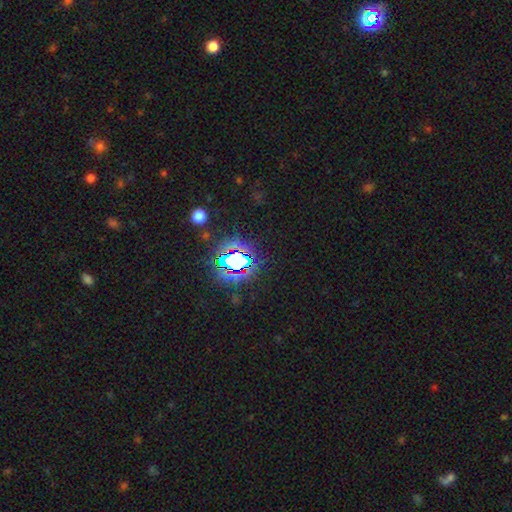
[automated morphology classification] The model was most divided on "smooth or featured": star or artifact: 82%, smooth: 11%, featured or disk: 7%.